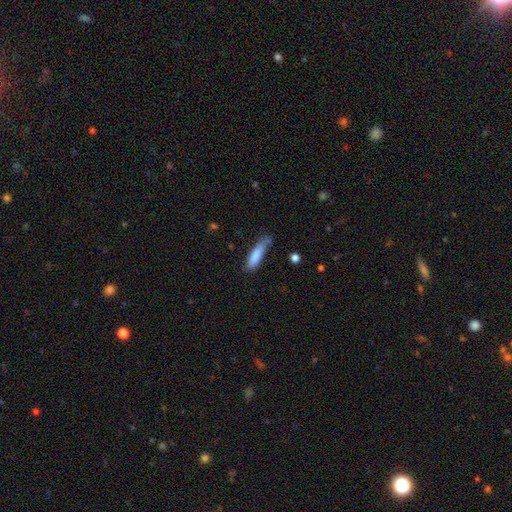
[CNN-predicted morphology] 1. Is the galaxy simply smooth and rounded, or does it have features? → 81% smooth, 13% featured or disk, 6% star or artifact.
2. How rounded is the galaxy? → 66% cigar-shaped, 32% in between, 2% round.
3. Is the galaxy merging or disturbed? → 54% none, 32% minor disturbance, 10% major disturbance, 5% merger.